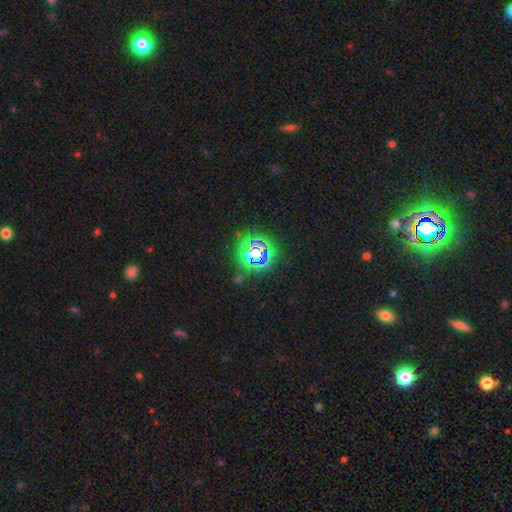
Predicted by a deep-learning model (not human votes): Smooth or featured?
  - star or artifact: 67% *
  - smooth: 26%
  - featured or disk: 6%